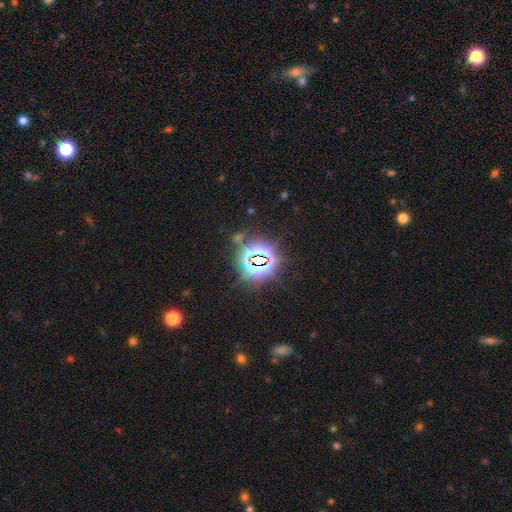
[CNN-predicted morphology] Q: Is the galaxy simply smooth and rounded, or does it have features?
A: star or artifact — 82%.